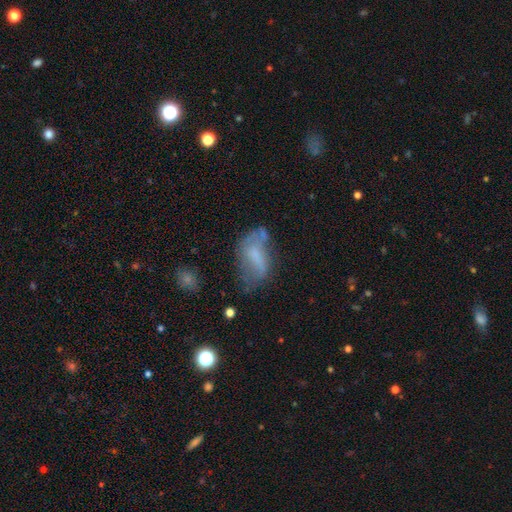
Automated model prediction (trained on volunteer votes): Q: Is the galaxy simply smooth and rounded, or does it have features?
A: smooth — 45%.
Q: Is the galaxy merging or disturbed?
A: none — 34%.